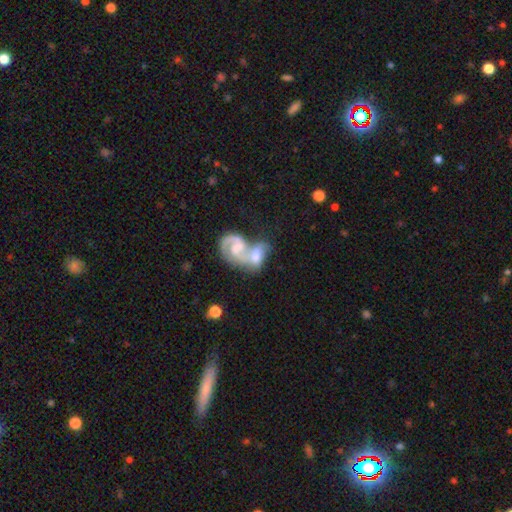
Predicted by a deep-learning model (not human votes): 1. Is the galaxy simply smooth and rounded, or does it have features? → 71% featured or disk, 22% smooth, 6% star or artifact.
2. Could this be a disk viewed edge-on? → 97% no, 3% yes.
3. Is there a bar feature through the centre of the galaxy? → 49% no, 39% weak, 12% strong.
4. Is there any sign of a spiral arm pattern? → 88% yes, 12% no.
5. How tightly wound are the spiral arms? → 48% medium, 30% loose, 22% tight.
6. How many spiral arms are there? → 75% 2, 12% 1, 9% can't tell, 2% 3, 1% 4, 1% more than 4.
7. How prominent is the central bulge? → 37% moderate, 32% small, 19% none, 9% large, 2% dominant.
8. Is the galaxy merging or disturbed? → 77% merger, 11% none, 6% major disturbance, 5% minor disturbance.